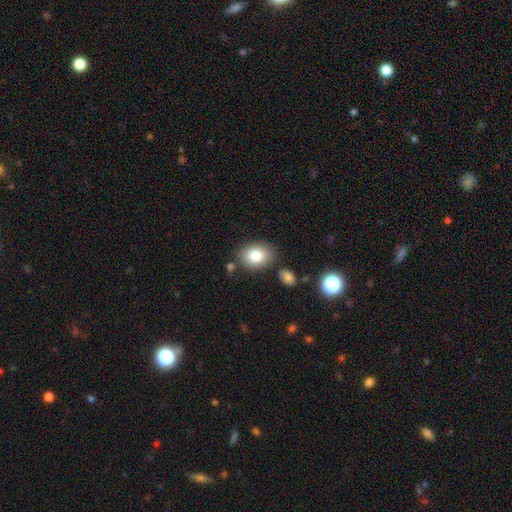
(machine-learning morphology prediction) smooth 82%, featured or disk 10%, star or artifact 8%. Down the decision tree: how rounded — in between (68%); merging — none (78%).